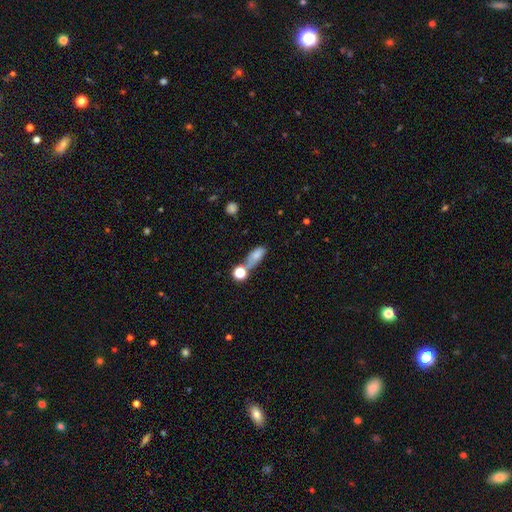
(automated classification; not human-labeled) Smooth or featured: smooth — 73% (featured or disk — 15%)
How rounded: in between — 71% (cigar-shaped — 19%)
Merging: none — 35% (merger — 31%)